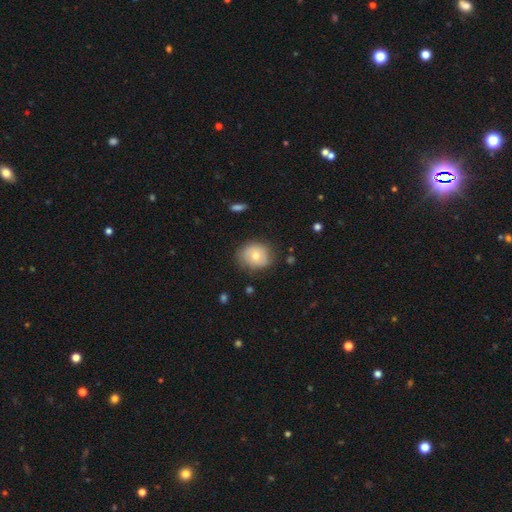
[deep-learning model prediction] smooth 64%, featured or disk 28%, star or artifact 8%. Down the decision tree: how rounded — round (68%); merging — none (76%).